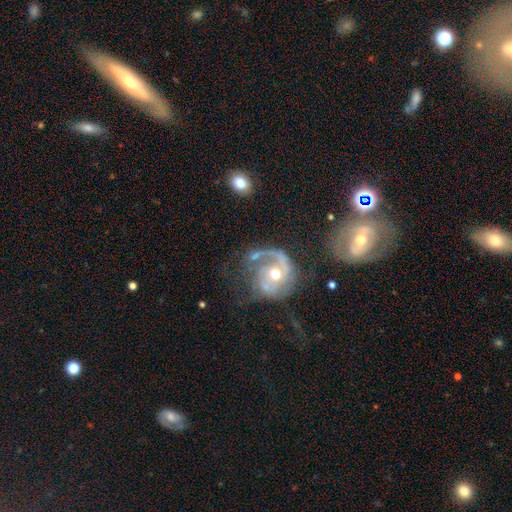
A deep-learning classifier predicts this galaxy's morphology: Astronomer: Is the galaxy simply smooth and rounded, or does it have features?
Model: featured or disk — 79%.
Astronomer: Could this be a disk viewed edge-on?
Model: no — 97%.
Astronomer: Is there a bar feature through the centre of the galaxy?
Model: no — 68%.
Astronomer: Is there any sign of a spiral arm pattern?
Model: yes — 88%.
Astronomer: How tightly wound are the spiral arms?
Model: medium — 40% (runner-up: tight, 31%).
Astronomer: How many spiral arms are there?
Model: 1 — 53% (runner-up: 2, 33%).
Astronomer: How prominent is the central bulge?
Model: moderate — 71%.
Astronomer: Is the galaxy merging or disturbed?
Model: none — 41% (runner-up: major disturbance, 31%).